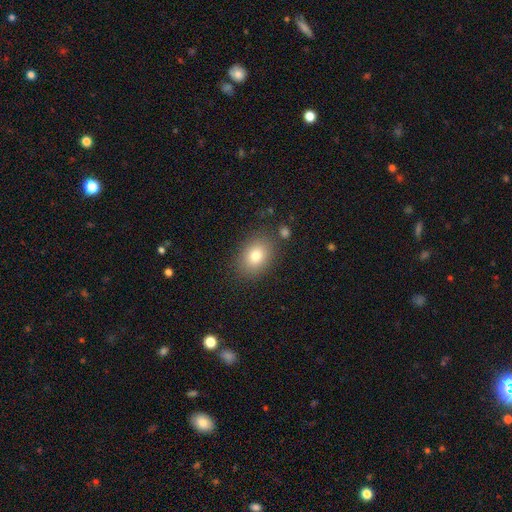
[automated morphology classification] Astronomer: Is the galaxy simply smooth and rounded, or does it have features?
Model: smooth — 79%.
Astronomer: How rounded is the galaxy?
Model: in between — 68%.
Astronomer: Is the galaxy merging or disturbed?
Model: none — 82%.